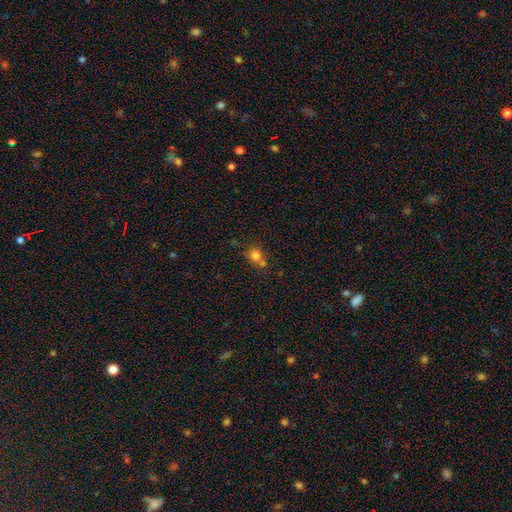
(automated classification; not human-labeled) Morphology: type=smooth (78%); roundness=round (81%); merging=none (47%).